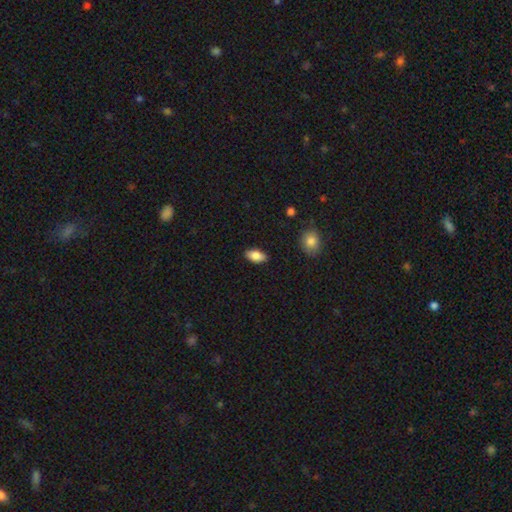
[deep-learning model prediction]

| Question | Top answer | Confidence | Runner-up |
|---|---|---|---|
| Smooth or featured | smooth | 86% | featured or disk (7%) |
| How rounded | in between | 93% | cigar-shaped (4%) |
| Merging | none | 87% | minor disturbance (10%) |